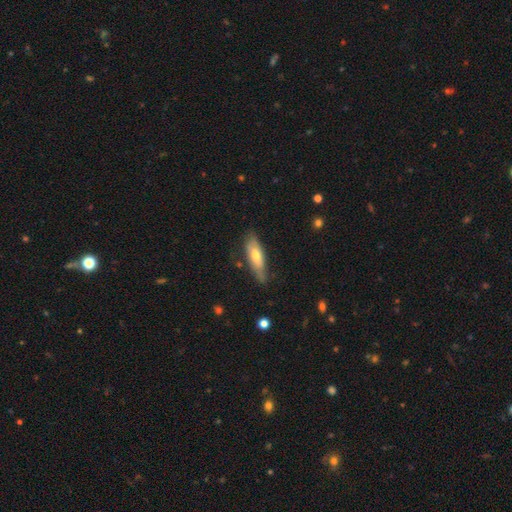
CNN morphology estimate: This is possibly a smooth galaxy (56%). How rounded: possibly cigar-shaped (52%). Merging: likely none (68%).